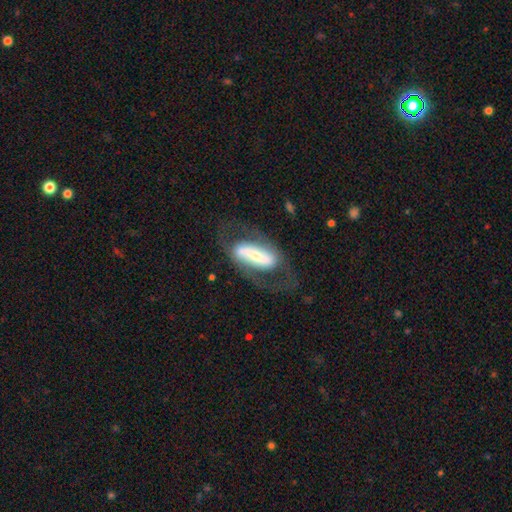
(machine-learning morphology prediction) This is likely a featured or disk galaxy (73%). It is clearly not viewed edge-on (86%). Bar: likely strong (70%). Spiral arm pattern: clearly yes (81%). Spiral arm count: clearly 2 (85%). Spiral winding: marginally loose (43%). Central bulge: possibly small (46%). Merging: possibly none (60%).